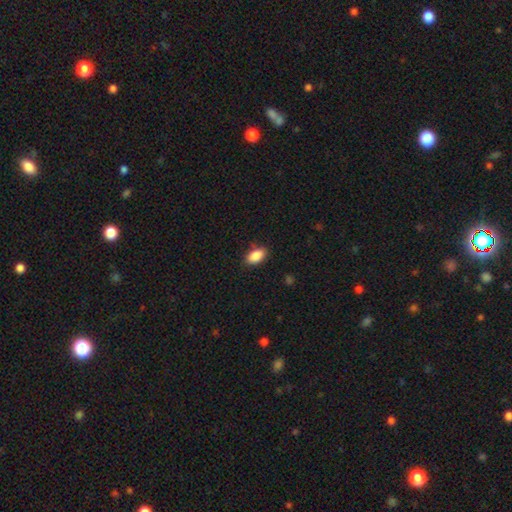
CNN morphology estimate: smooth-or-featured: smooth: 89% | star or artifact: 7% | featured or disk: 4%
  how-rounded: in between: 92% | round: 5% | cigar-shaped: 3%
  merging: none: 86% | minor disturbance: 10% | major disturbance: 2% | merger: 1%